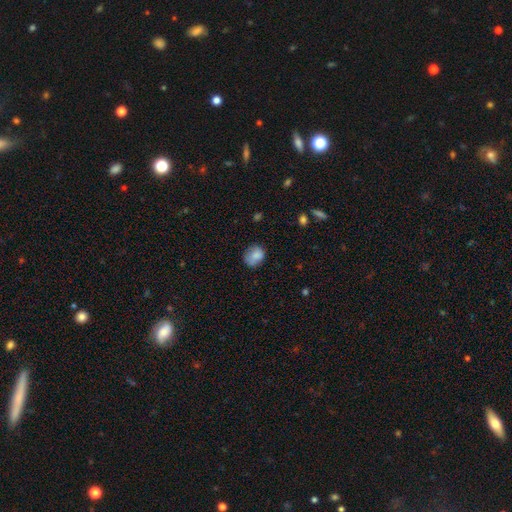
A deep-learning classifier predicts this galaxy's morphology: The model was most divided on "how rounded": round: 58%, in between: 41%, cigar-shaped: 1%. More confident: smooth or featured — smooth (81%); merging — none (66%).